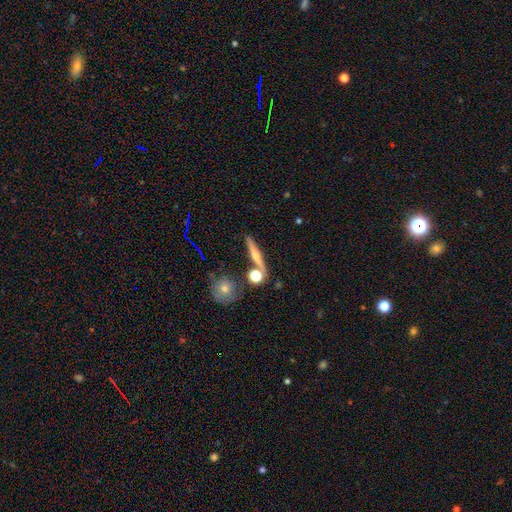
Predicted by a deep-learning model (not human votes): smooth_or_featured: featured or disk (p=0.51) [alt: smooth p=0.38]
disk_edge_on: yes (p=0.91) [alt: no p=0.09]
merging: none (p=0.77) [alt: merger p=0.10]